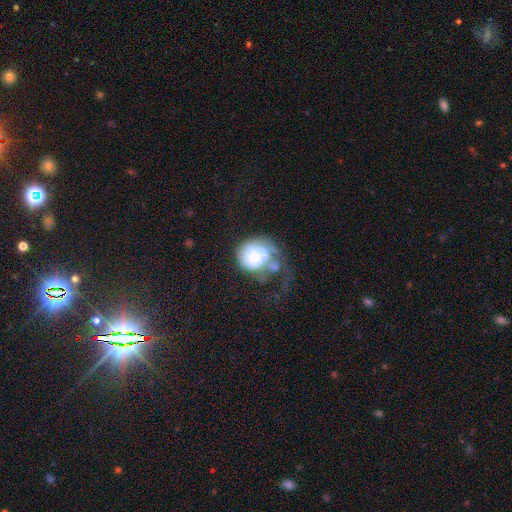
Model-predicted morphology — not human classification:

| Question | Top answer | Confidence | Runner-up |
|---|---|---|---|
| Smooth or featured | featured or disk | 54% | smooth (37%) |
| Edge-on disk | no | 98% | yes (2%) |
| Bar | no | 79% | weak (17%) |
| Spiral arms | no | 57% | yes (43%) |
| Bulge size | moderate | 45% | small (22%) |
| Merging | major disturbance | 41% | none (23%) |